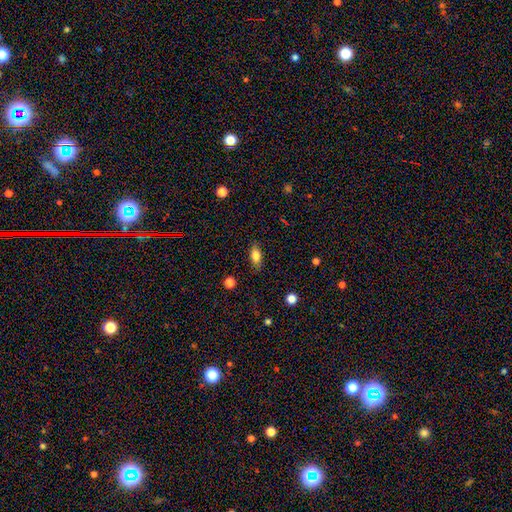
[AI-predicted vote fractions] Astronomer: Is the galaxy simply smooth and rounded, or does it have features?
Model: smooth — 82%.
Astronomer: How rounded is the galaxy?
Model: in between — 85%.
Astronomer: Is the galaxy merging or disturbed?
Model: none — 83%.